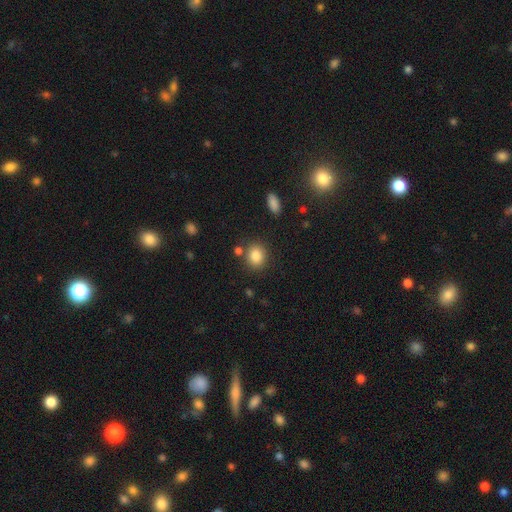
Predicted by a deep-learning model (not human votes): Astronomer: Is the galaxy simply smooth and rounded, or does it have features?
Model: smooth — 84%.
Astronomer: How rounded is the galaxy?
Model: round — 63%.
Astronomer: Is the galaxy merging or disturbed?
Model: none — 79%.